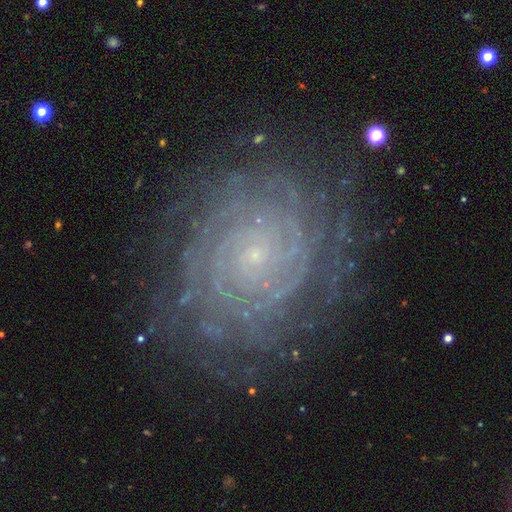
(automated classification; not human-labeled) Morphology: type=featured or disk (85%); edge-on=no (97%); bar=no (78%); spiral arms=yes (97%); winding=tight (88%); arm count=can't tell (28%); bulge=small (90%); merging=none (83%).